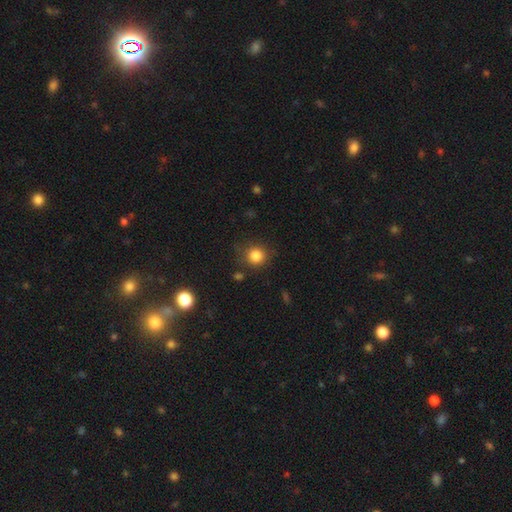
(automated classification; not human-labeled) A smooth galaxy with no disk features (83%) that is round (91%). Merging: none (83%).